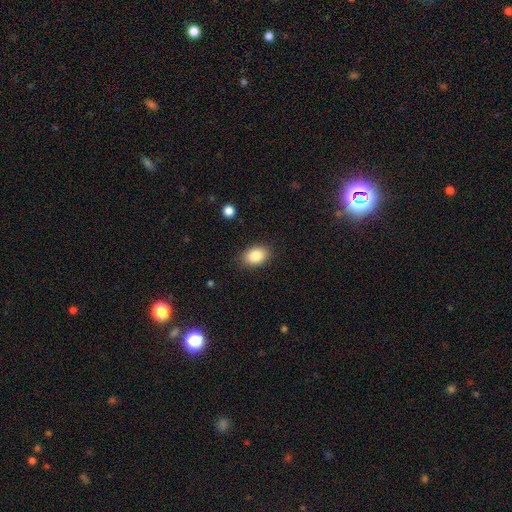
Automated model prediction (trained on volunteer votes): Overall: smooth (85%). How rounded: in between (81%). Merging: none (87%).